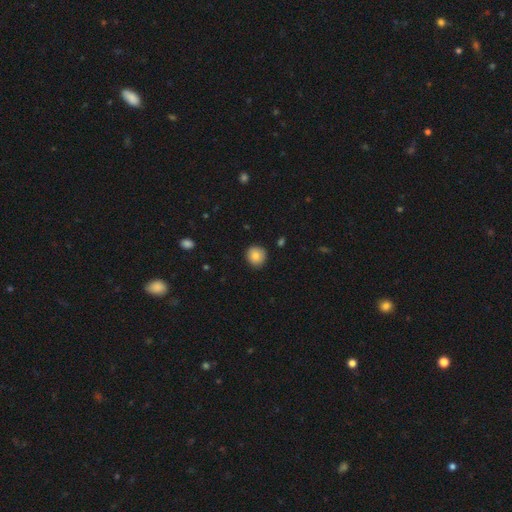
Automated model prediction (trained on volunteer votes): Q: Smooth or featured?
A: smooth (83%); runner-up: star or artifact (9%)
Q: How rounded?
A: round (90%); runner-up: in between (9%)
Q: Merging?
A: none (88%); runner-up: minor disturbance (9%)